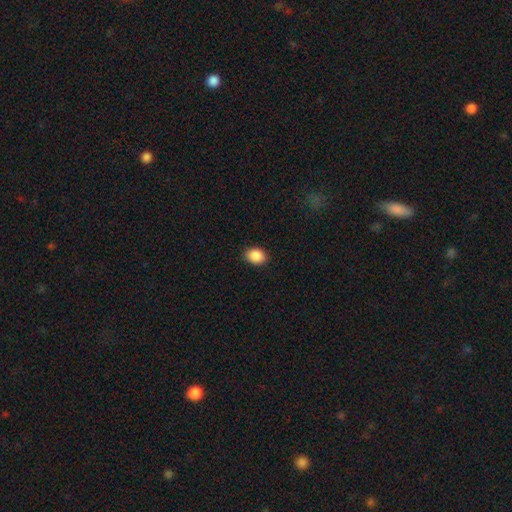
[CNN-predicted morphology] type=smooth (89%); roundness=in between (66%); merging=none (89%).